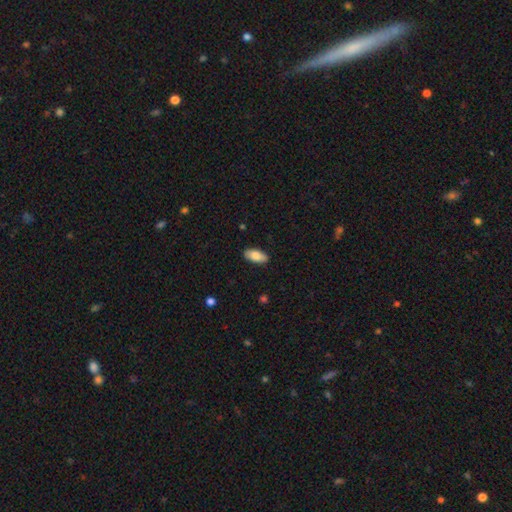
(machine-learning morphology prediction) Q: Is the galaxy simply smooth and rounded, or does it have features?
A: smooth — 83%.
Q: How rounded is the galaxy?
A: in between — 92%.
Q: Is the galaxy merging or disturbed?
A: none — 88%.